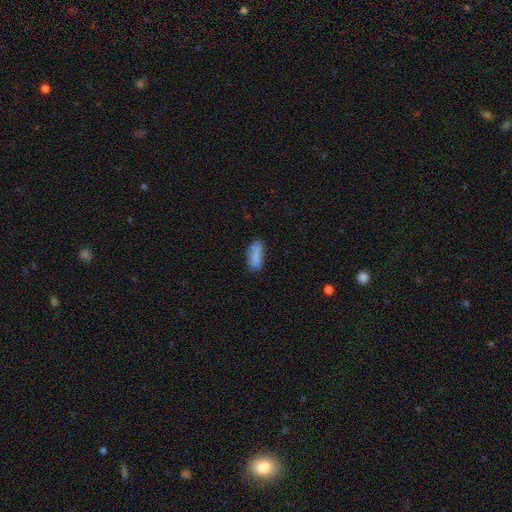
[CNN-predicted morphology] A smooth galaxy with no disk features (84%) that is in between round and cigar-shaped (69%).

Vote fractions:
- Smooth or featured? smooth: 84% / featured or disk: 9% / star or artifact: 8%
- How rounded? in between: 69% / cigar-shaped: 29% / round: 2%
- Merging? none: 69% / minor disturbance: 23% / major disturbance: 5% / merger: 3%